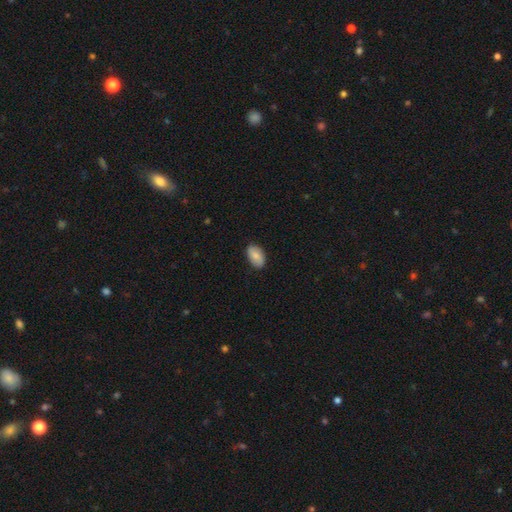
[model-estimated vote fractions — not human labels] Morphology: type=smooth (78%); roundness=in between (92%); merging=none (84%).